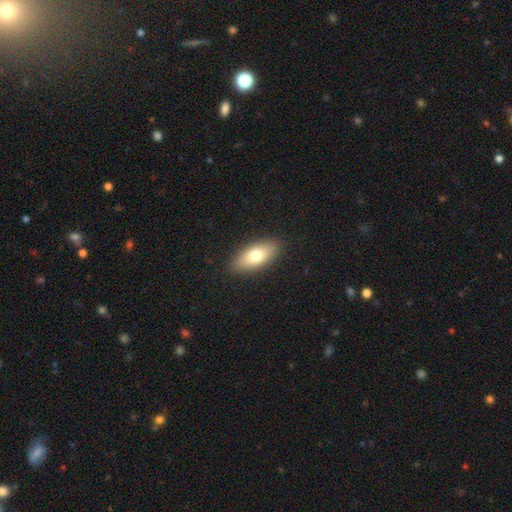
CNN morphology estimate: The model was most divided on "smooth or featured": smooth: 75%, featured or disk: 18%, star or artifact: 7%. More confident: merging — none (89%); how rounded — in between (85%).